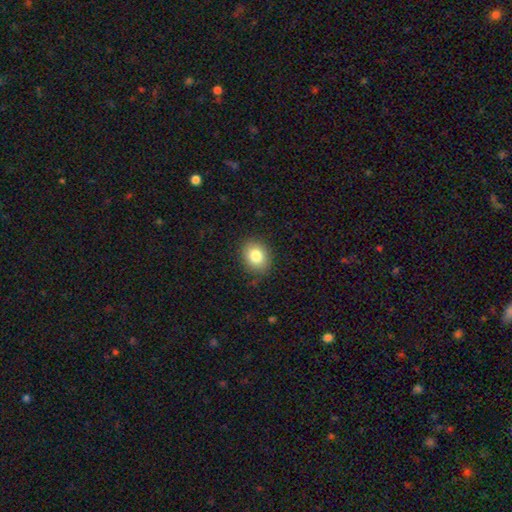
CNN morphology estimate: Smooth or featured: smooth — 83% (star or artifact — 9%)
How rounded: round — 51% (in between — 48%)
Merging: none — 84% (minor disturbance — 12%)